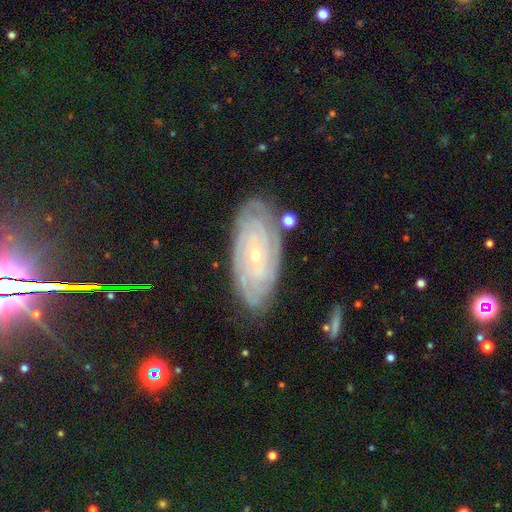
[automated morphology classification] Smooth or featured? Predicted: featured or disk (p=0.83). Edge-on disk? Predicted: no (p=0.93). Bar? Predicted: no (p=0.78). Spiral arms? Predicted: yes (p=0.95). Spiral winding? Predicted: tight (p=0.83). Spiral arm count? Predicted: can't tell (p=0.41). Bulge size? Predicted: small (p=0.75). Merging? Predicted: none (p=0.80).